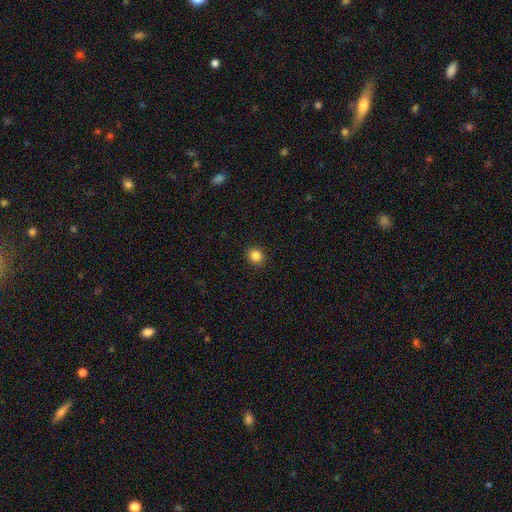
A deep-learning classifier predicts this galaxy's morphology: Q: Smooth or featured?
A: smooth (84%); runner-up: star or artifact (12%)
Q: How rounded?
A: round (84%); runner-up: in between (15%)
Q: Merging?
A: none (92%); runner-up: minor disturbance (6%)